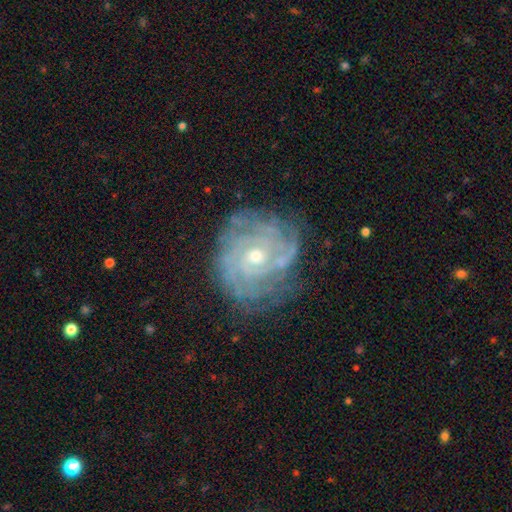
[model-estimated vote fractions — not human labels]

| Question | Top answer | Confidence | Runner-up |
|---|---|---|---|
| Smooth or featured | featured or disk | 87% | smooth (6%) |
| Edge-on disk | no | 97% | yes (3%) |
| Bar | no | 73% | weak (22%) |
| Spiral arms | yes | 96% | no (4%) |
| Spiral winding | tight | 80% | medium (17%) |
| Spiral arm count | can't tell | 36% | 4 (17%) |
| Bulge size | moderate | 49% | small (48%) |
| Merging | none | 75% | minor disturbance (17%) |